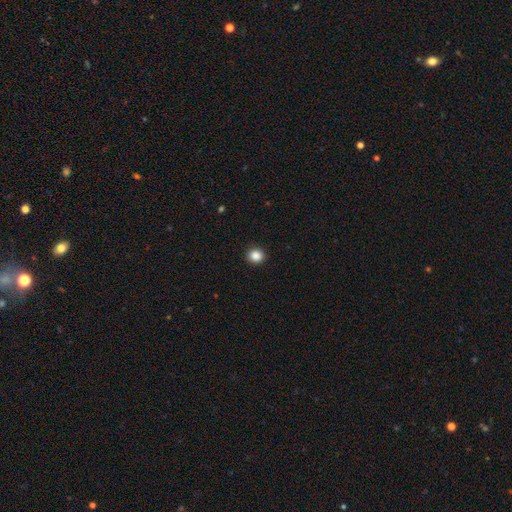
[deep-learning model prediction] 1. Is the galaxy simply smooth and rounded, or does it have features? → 87% smooth, 10% star or artifact, 3% featured or disk.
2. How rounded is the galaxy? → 83% round, 16% in between, 1% cigar-shaped.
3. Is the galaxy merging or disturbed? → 92% none, 5% minor disturbance, 2% major disturbance, 1% merger.